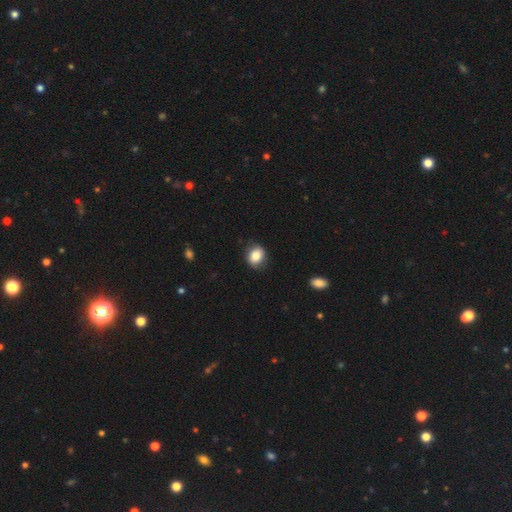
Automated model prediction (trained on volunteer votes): A smooth galaxy with no disk features (84%) that is in between round and cigar-shaped (50%).

Vote fractions:
- Smooth or featured? smooth: 84% / star or artifact: 8% / featured or disk: 8%
- How rounded? in between: 50% / round: 49% / cigar-shaped: 1%
- Merging? none: 83% / minor disturbance: 13% / major disturbance: 3% / merger: 1%